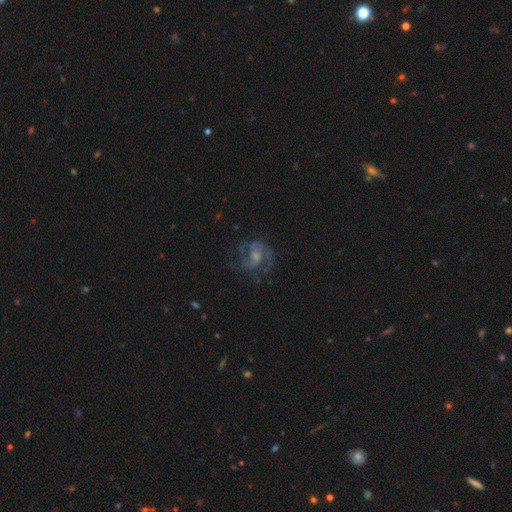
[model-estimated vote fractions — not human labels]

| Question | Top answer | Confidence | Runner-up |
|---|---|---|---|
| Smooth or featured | featured or disk | 76% | star or artifact (13%) |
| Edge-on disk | no | 98% | yes (2%) |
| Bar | no | 47% | weak (43%) |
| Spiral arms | yes | 93% | no (7%) |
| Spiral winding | medium | 52% | tight (31%) |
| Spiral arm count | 2 | 46% | 3 (22%) |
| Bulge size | moderate | 43% | small (42%) |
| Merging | none | 71% | minor disturbance (15%) |